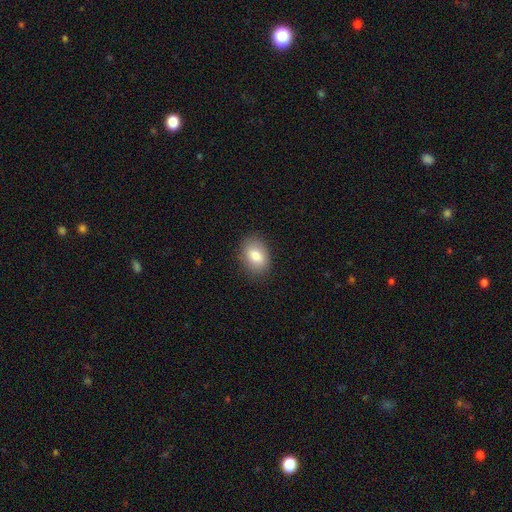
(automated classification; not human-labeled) Morphology: type=smooth (81%); roundness=in between (79%); merging=none (85%).